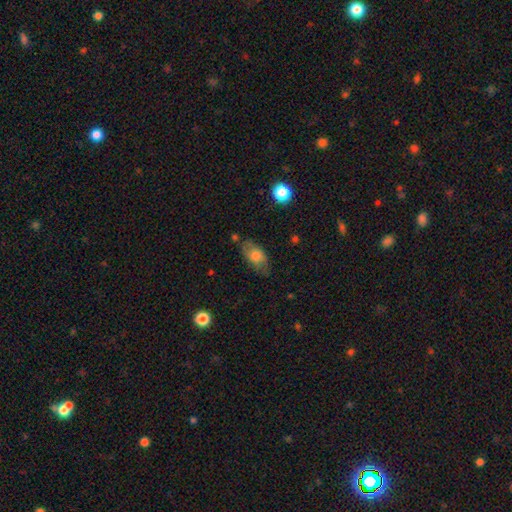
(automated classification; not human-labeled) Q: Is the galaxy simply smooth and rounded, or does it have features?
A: smooth — 68%.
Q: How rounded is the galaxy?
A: in between — 87%.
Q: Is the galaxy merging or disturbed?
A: none — 64%.